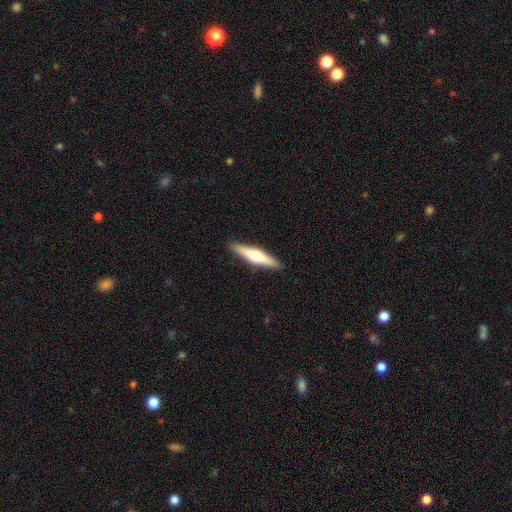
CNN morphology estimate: Q: Smooth or featured?
A: featured or disk (48%); runner-up: smooth (47%)
Q: Merging?
A: none (91%); runner-up: minor disturbance (6%)